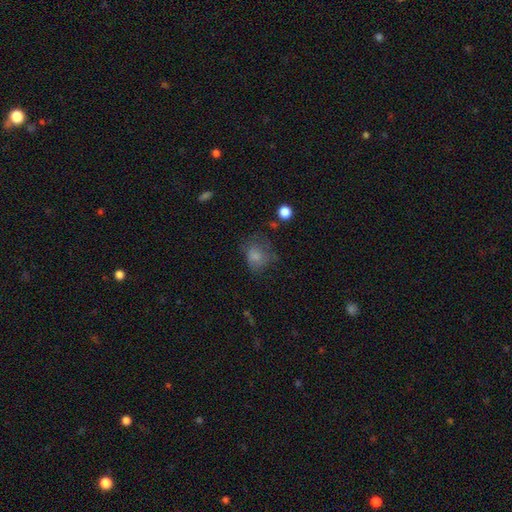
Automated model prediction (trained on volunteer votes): Overall: smooth (73%). How rounded: round (55%; in between 44%). Merging: none (44%; minor disturbance 27%).